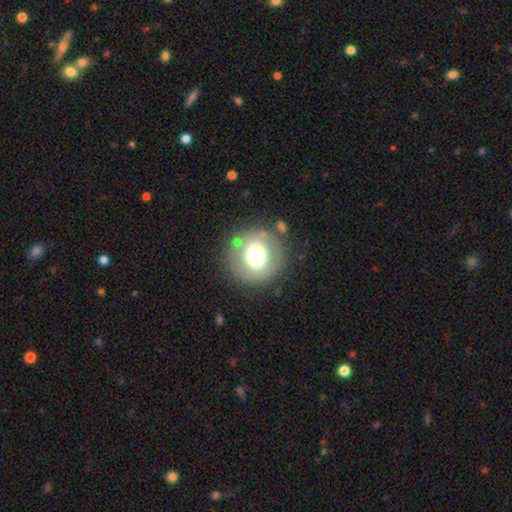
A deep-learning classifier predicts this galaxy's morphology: type=smooth (61%); roundness=round (95%); merging=none (80%).